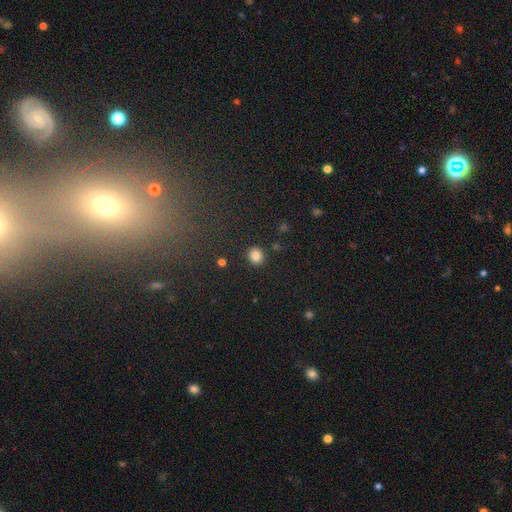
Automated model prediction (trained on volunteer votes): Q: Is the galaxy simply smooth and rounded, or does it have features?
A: smooth — 84%.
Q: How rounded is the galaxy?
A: round — 77%.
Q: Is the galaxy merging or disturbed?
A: none — 88%.